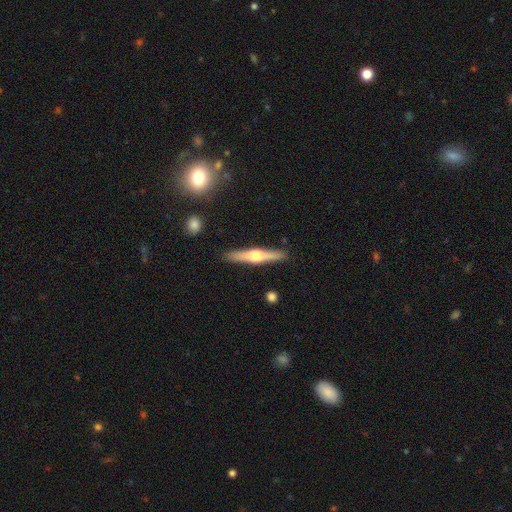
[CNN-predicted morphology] A featured or disk galaxy (66%) viewed edge-on (97%) with a rounded central bulge (93%).

Vote fractions:
- Smooth or featured? featured or disk: 66% / smooth: 29% / star or artifact: 5%
- Edge-on disk? yes: 97% / no: 3%
- Edge-on bulge? rounded: 93% / boxy: 4% / none: 3%
- Merging? none: 90% / minor disturbance: 7% / major disturbance: 2% / merger: 1%